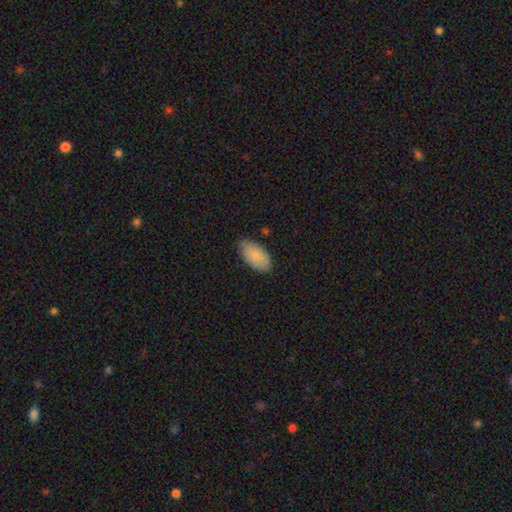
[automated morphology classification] This appears to be a smooth galaxy with no disk features (77%) that is in between round and cigar-shaped (94%). Merging: none (69%).